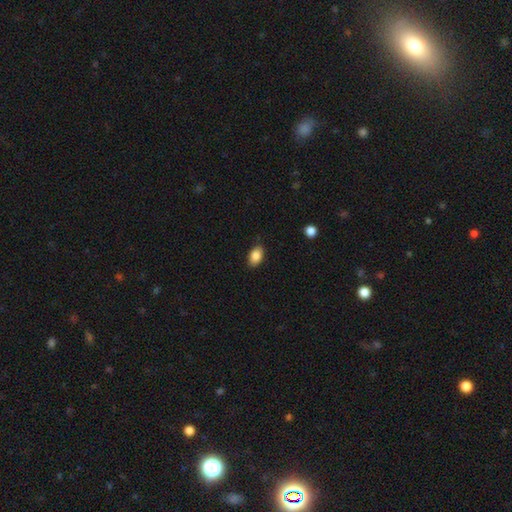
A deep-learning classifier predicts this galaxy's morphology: A smooth galaxy with no disk features (87%) that is in between round and cigar-shaped (89%). Merging: none (84%).